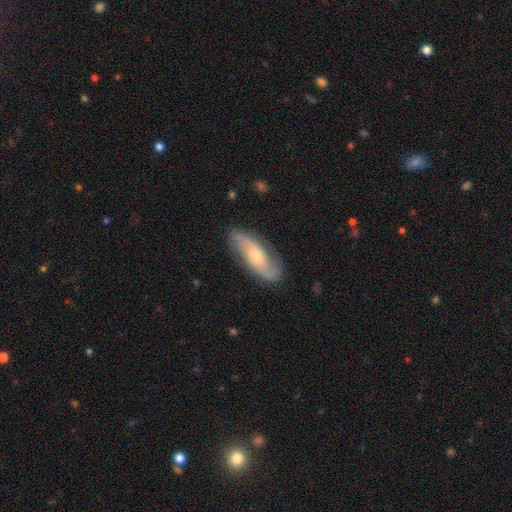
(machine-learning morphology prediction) The model was most divided on "spiral winding": medium: 40%, loose: 35%, tight: 25%. More confident: spiral arms — yes (91%); edge-on disk — no (89%); spiral arm count — 2 (84%); merging — none (80%); smooth or featured — featured or disk (70%); bar — no (67%); bulge size — small (62%).